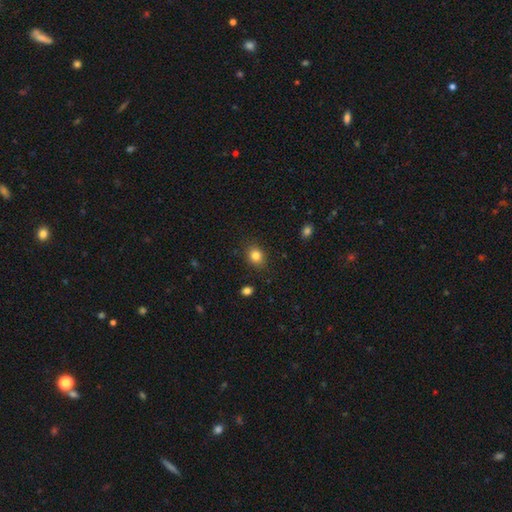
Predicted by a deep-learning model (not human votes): smooth_or_featured: smooth (p=0.83) [alt: star or artifact p=0.11]
how_rounded: round (p=0.58) [alt: in between p=0.41]
merging: none (p=0.87) [alt: minor disturbance p=0.10]